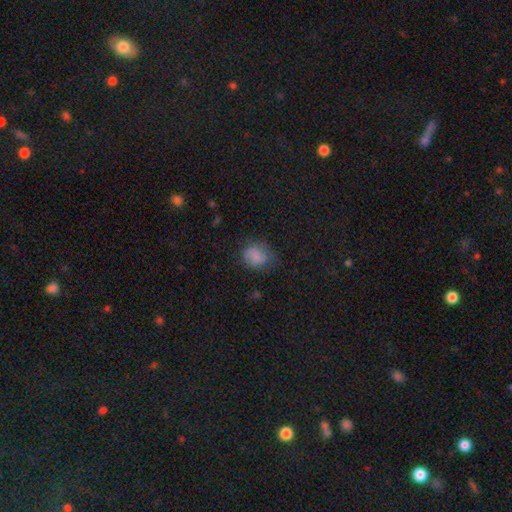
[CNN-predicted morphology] This is likely a smooth galaxy (75%). How rounded: likely round (63%). Merging: likely none (63%).